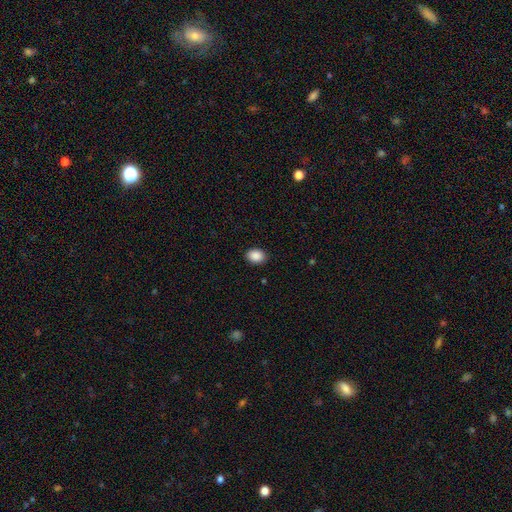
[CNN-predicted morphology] This is clearly a smooth galaxy (89%). How rounded: likely in between (66%). Merging: clearly none (90%).